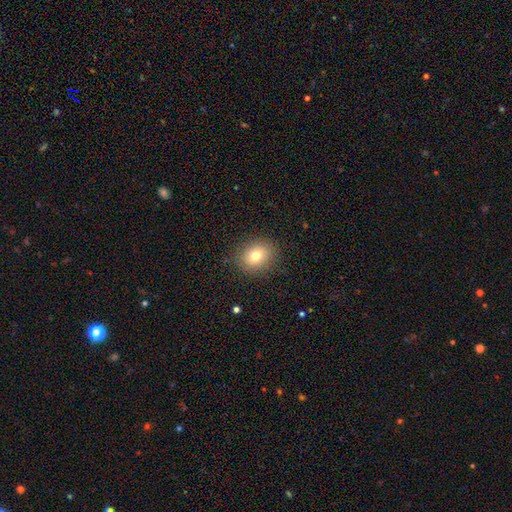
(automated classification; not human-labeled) Overall: smooth (76%). How rounded: round (68%; in between 31%). Merging: none (88%).